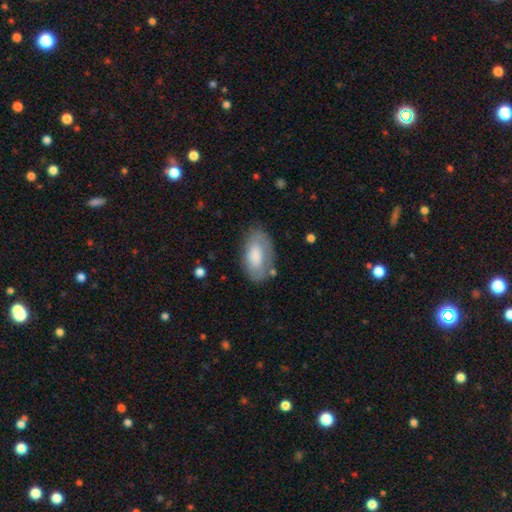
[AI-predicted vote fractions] smooth 73%, featured or disk 21%, star or artifact 6%. Down the decision tree: how rounded — in between (94%); merging — none (68%).